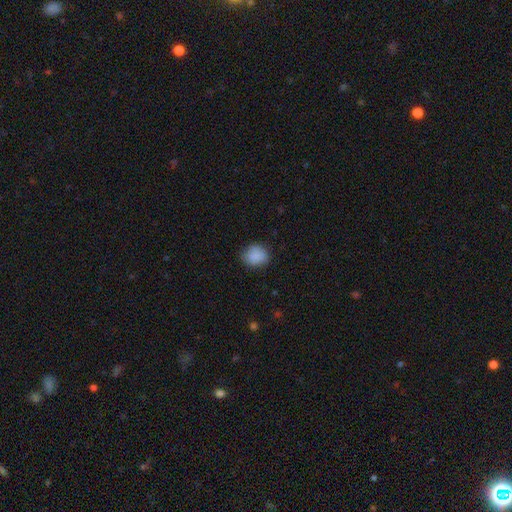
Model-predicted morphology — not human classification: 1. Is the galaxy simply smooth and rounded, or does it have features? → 87% smooth, 8% star or artifact, 5% featured or disk.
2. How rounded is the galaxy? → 63% round, 36% in between, 1% cigar-shaped.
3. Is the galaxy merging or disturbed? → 77% none, 18% minor disturbance, 4% major disturbance, 1% merger.